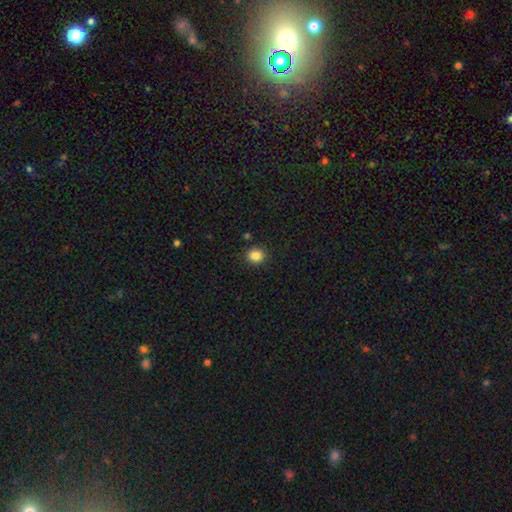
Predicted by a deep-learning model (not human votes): Q: Smooth or featured?
A: smooth (86%); runner-up: star or artifact (11%)
Q: How rounded?
A: round (83%); runner-up: in between (16%)
Q: Merging?
A: none (90%); runner-up: minor disturbance (6%)